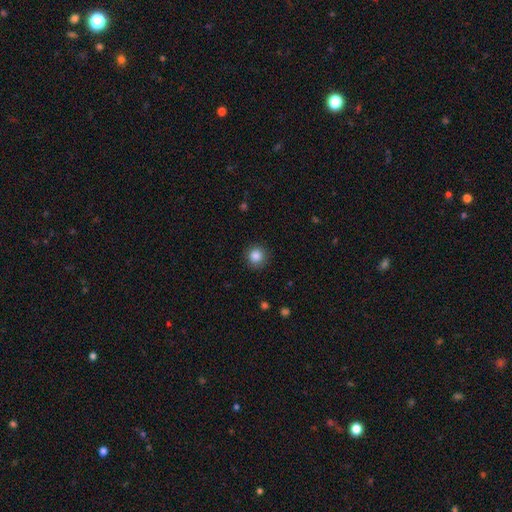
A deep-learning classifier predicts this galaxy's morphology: This is clearly a smooth galaxy (86%). How rounded: clearly round (94%). Merging: clearly none (90%).